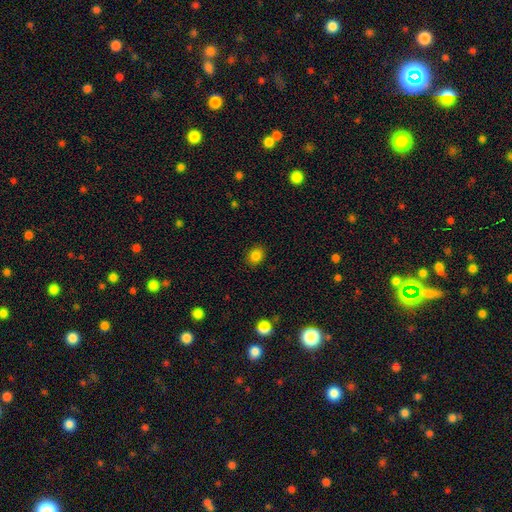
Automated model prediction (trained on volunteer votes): This is clearly a smooth galaxy (83%). How rounded: possibly round (56%). Merging: clearly none (88%).